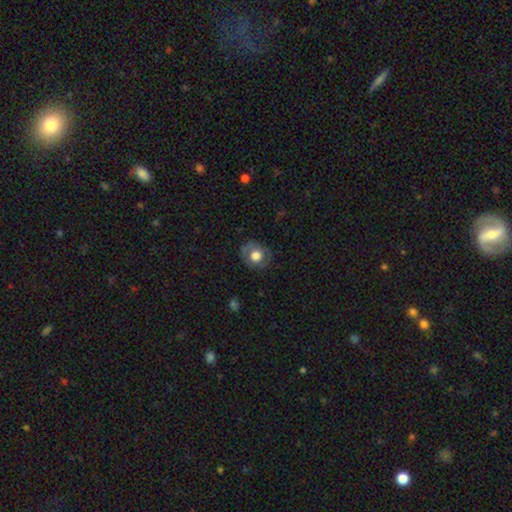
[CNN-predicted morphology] smooth-or-featured: smooth: 58% | featured or disk: 34% | star or artifact: 8%
  how-rounded: round: 71% | in between: 28% | cigar-shaped: 1%
  merging: none: 75% | minor disturbance: 17% | major disturbance: 7% | merger: 1%